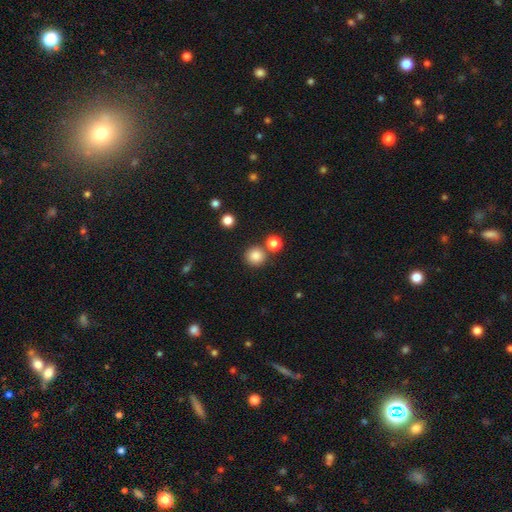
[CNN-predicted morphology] The model was most divided on "merging": none: 79%, merger: 11%, minor disturbance: 7%, major disturbance: 3%. More confident: how rounded — round (92%); smooth or featured — smooth (84%).